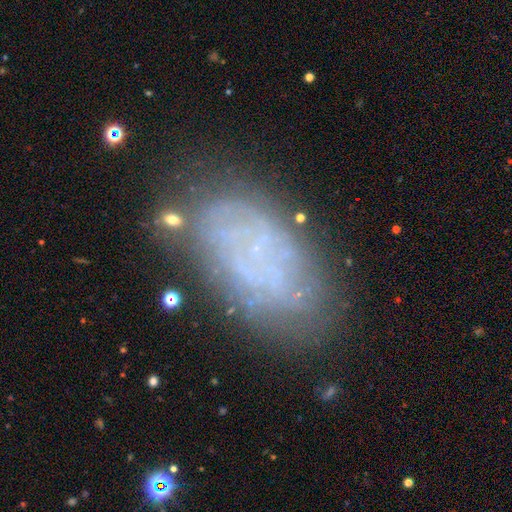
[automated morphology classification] A featured or disk galaxy (61%) with no bar (81%), spiral arms (51%) and no central bulge (59%).

Vote fractions:
- Smooth or featured? featured or disk: 61% / smooth: 26% / star or artifact: 13%
- Edge-on disk? no: 95% / yes: 5%
- Bar? no: 81% / weak: 14% / strong: 5%
- Spiral arms? yes: 51% / no: 49%
- Bulge size? none: 59% / small: 34% / moderate: 4% / large: 1% / dominant: 1%
- Merging? none: 67% / minor disturbance: 19% / major disturbance: 10% / merger: 4%